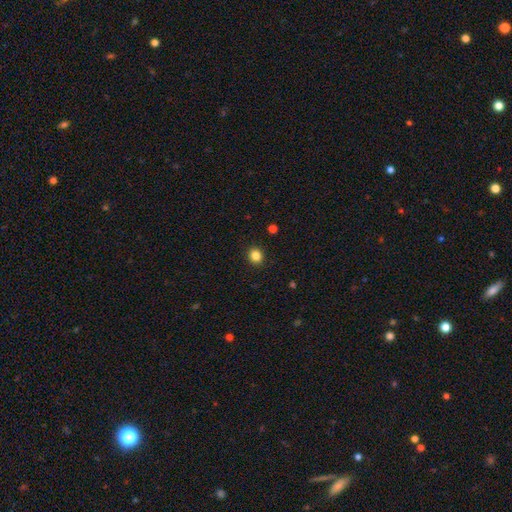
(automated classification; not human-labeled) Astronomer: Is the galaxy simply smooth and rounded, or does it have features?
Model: smooth — 84%.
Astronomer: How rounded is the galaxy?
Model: round — 82%.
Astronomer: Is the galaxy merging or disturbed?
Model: none — 92%.